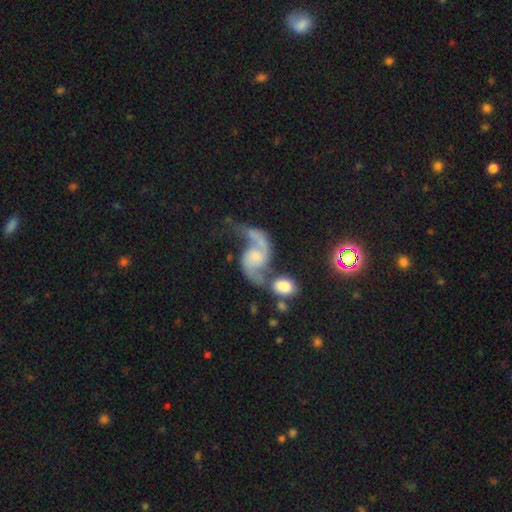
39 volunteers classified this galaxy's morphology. Smooth or featured? 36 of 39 (92%) said featured or disk. Edge-on disk? 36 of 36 (100%) said no. Bar? 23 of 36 (64%) said no. Spiral arms? 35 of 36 (97%) said yes. Spiral winding? 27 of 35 (77%) said loose. Spiral arm count? 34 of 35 (97%) said 2. Bulge size? 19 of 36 (53%) said small. Merging? 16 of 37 (43%) said none.